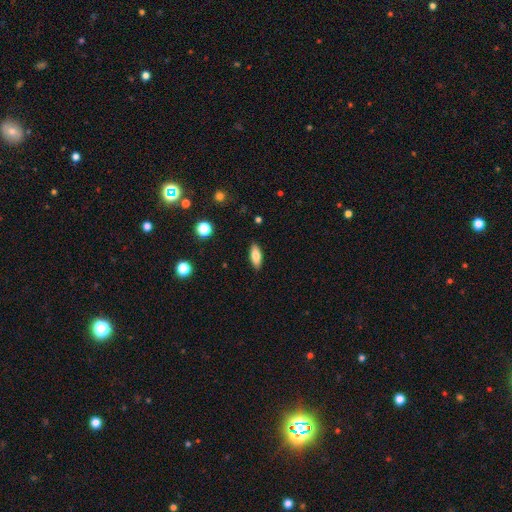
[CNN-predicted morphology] smooth-or-featured: smooth: 79% | featured or disk: 14% | star or artifact: 7%
  how-rounded: in between: 74% | cigar-shaped: 23% | round: 3%
  merging: none: 89% | minor disturbance: 8% | major disturbance: 2% | merger: 1%